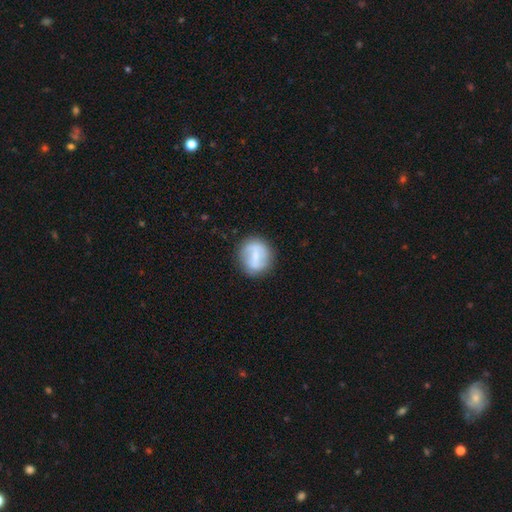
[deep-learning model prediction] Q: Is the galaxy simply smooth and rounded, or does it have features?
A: smooth — 48%.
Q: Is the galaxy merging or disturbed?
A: none — 74%.